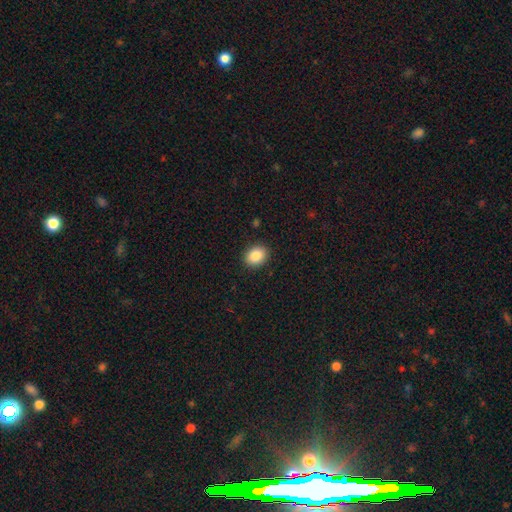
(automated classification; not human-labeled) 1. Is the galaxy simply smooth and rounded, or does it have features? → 86% smooth, 8% star or artifact, 5% featured or disk.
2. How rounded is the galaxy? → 54% in between, 45% round, 1% cigar-shaped.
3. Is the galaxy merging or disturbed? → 90% none, 7% minor disturbance, 2% major disturbance, 1% merger.